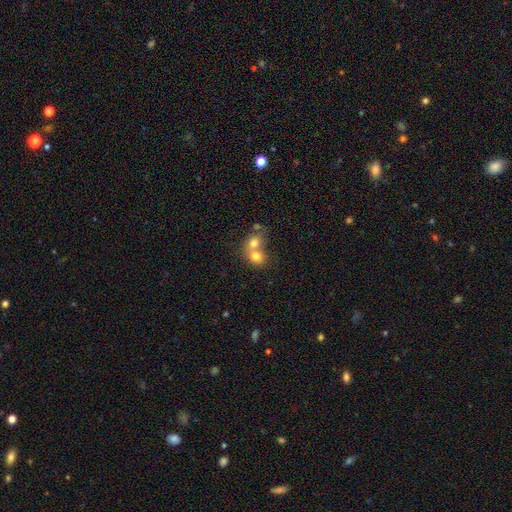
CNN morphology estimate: smooth 74%, featured or disk 16%, star or artifact 10%. Down the decision tree: how rounded — round (66%); merging — merger (69%).